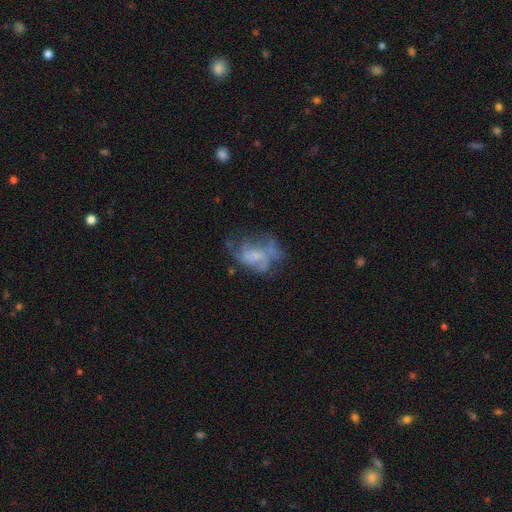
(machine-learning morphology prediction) Smooth or featured? featured or disk (62%)
Edge-on disk? no (97%)
Bar? no (69%)
Spiral arms? yes (53%)
Bulge size? small (47%)
Merging? none (38%)